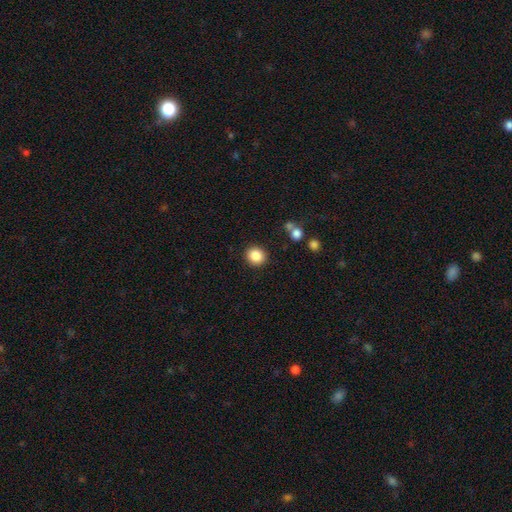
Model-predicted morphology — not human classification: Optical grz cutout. It shows a smooth galaxy with no disk features (87%) that is round (85%). Merging: none (90%).